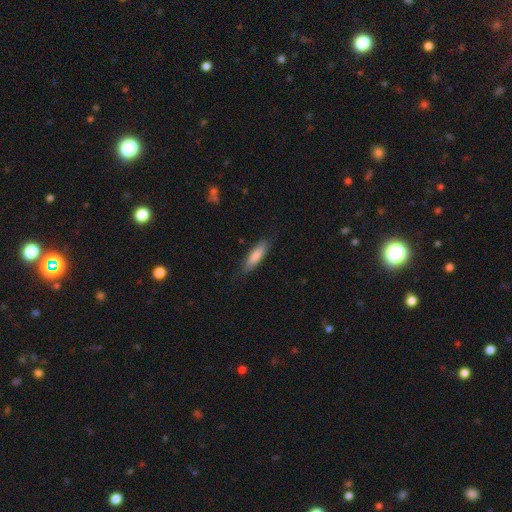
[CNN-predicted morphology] type=smooth (79%); roundness=cigar-shaped (66%); merging=none (81%).